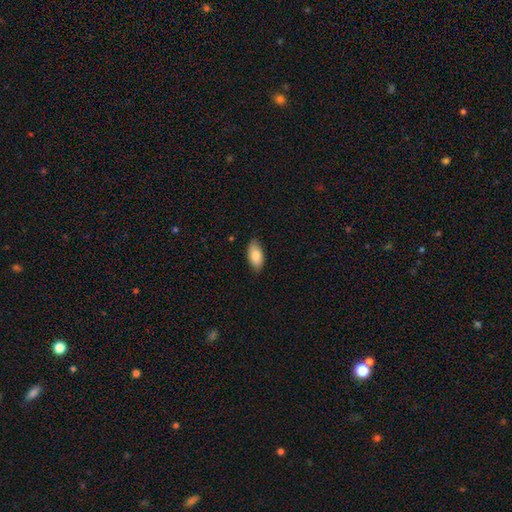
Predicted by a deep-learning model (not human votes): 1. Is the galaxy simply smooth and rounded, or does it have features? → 84% smooth, 10% featured or disk, 6% star or artifact.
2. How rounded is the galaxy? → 93% in between, 4% cigar-shaped, 2% round.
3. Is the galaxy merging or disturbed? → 83% none, 14% minor disturbance, 2% major disturbance, 1% merger.